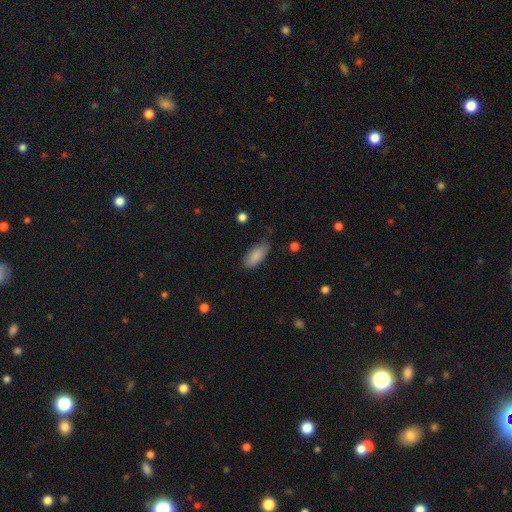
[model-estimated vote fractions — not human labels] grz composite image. It shows a smooth galaxy with no disk features (87%) that is in between round and cigar-shaped (87%). Merging: none (72%).